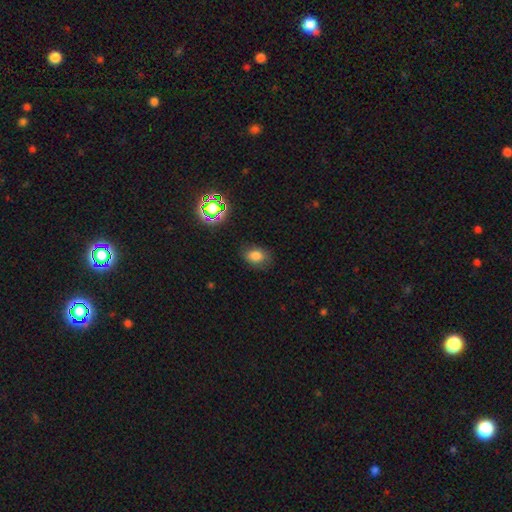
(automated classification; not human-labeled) Smooth or featured? smooth (78%)
How rounded? in between (68%)
Merging? none (76%)